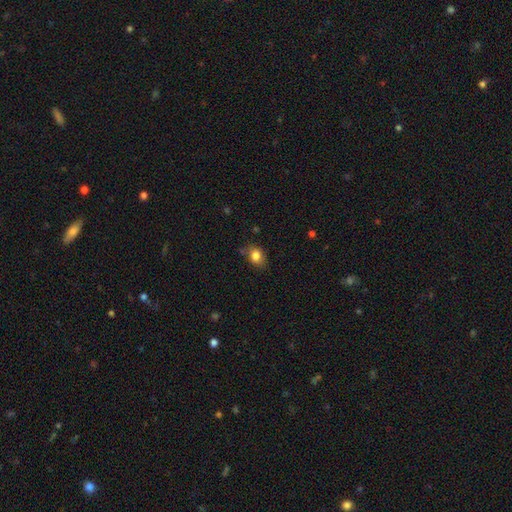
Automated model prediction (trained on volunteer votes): smooth_or_featured: smooth (p=0.83) [alt: star or artifact p=0.09]
how_rounded: in between (p=0.64) [alt: round p=0.35]
merging: none (p=0.72) [alt: minor disturbance p=0.20]